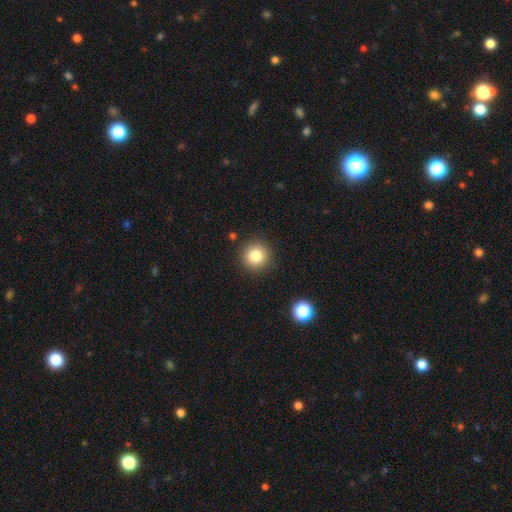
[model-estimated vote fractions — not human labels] Smooth or featured? Predicted: smooth (p=0.83). How rounded? Predicted: round (p=0.94). Merging? Predicted: none (p=0.89).